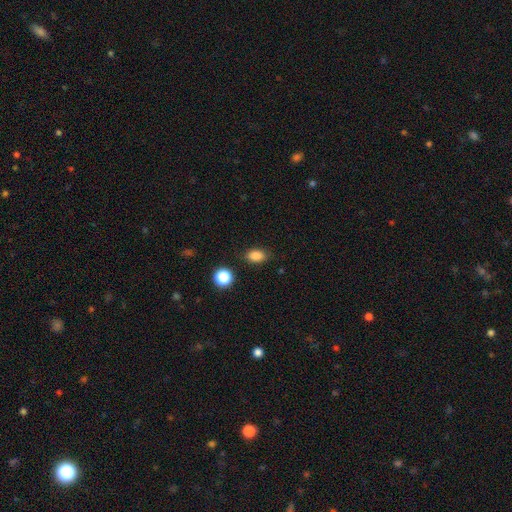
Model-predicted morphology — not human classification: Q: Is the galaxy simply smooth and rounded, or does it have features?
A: smooth — 84%.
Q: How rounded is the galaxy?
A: in between — 80%.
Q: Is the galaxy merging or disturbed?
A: none — 83%.